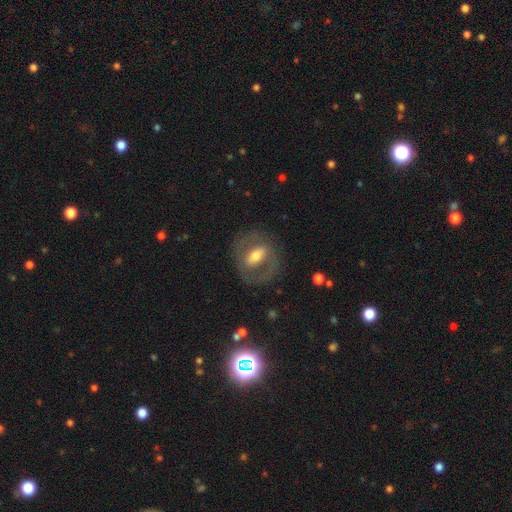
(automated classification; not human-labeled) This appears to be a featured or disk galaxy (60%) with a strong bar (40%), no spiral arms (67%) and a moderate central bulge (62%). Merging: none (74%).